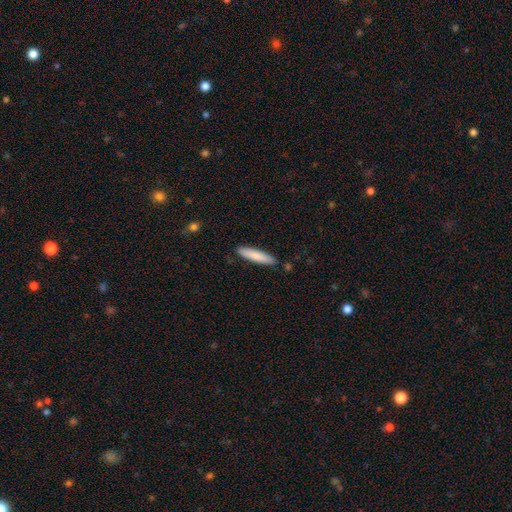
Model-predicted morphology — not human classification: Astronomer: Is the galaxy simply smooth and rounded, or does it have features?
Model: smooth — 81%.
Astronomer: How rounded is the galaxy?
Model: cigar-shaped — 87%.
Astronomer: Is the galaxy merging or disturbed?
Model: none — 88%.